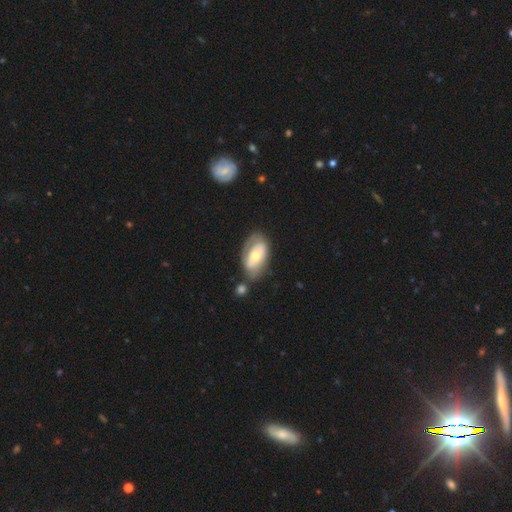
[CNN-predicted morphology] The model was most divided on "spiral arms": yes: 53%, no: 47%. More confident: edge-on disk — no (92%); bar — no (62%); bulge size — moderate (60%); smooth or featured — featured or disk (56%); merging — none (51%).